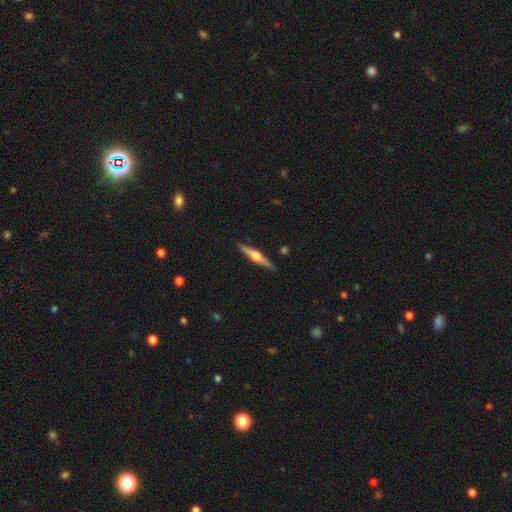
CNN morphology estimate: featured or disk 73%, smooth 22%, star or artifact 5%. Down the decision tree: edge-on disk — yes (98%); edge-on bulge — rounded (94%); merging — none (91%).